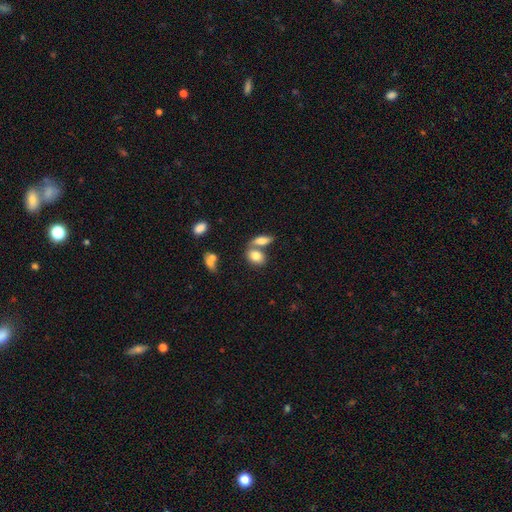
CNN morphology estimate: Smooth or featured? Predicted: smooth (p=0.80). How rounded? Predicted: in between (p=0.81). Merging? Predicted: none (p=0.44).